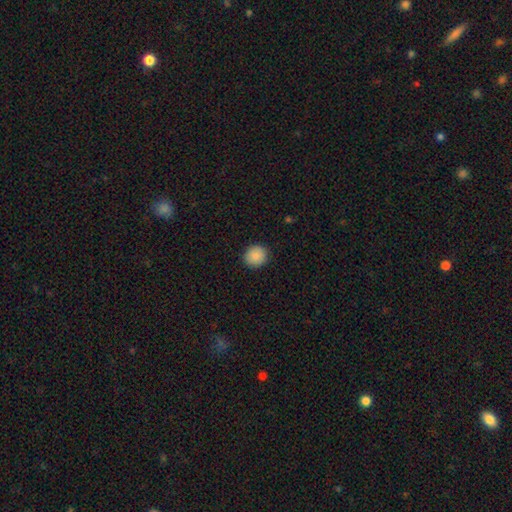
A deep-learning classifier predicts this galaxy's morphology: Overall: smooth (88%). How rounded: round (84%). Merging: none (90%).